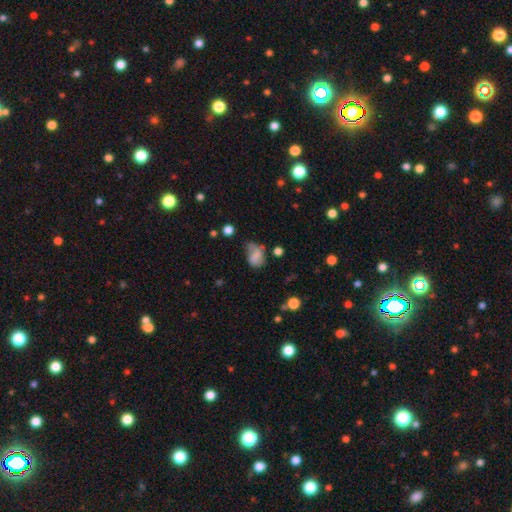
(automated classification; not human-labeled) Overall: smooth (68%). How rounded: in between (74%). Merging: minor disturbance (34%, tied with none).